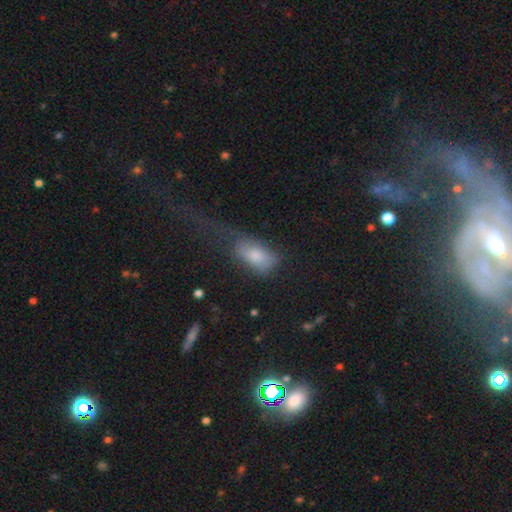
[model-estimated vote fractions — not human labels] Smooth or featured? smooth (74%)
How rounded? in between (90%)
Merging? major disturbance (55%)